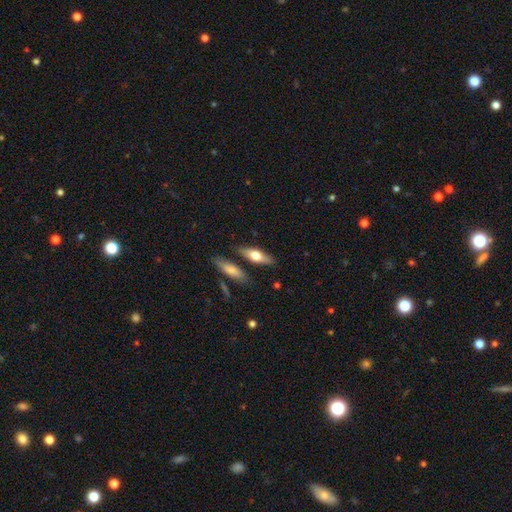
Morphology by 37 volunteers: Smooth or featured: smooth — 51% (featured or disk — 43%)
How rounded: cigar-shaped — 58% (in between — 42%)
Merging: none — 69% (minor disturbance — 17%)